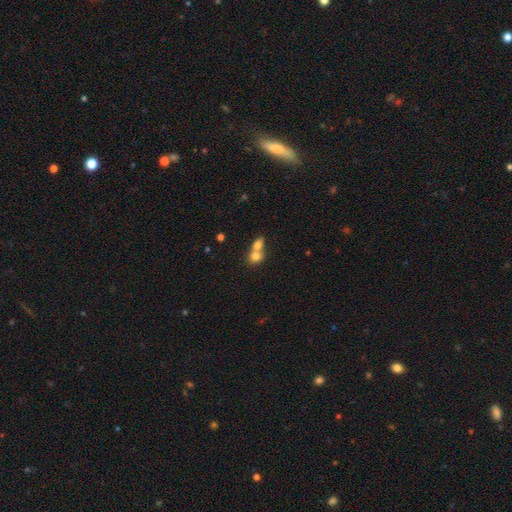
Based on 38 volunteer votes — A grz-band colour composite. It shows a smooth galaxy with no disk features (87%) that is round (70%). Merging: merger (78%).